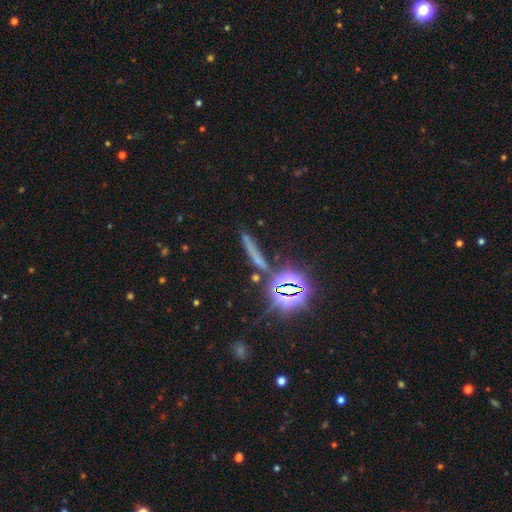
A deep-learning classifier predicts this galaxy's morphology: smooth_or_featured: star or artifact (p=0.42) [alt: smooth p=0.38]